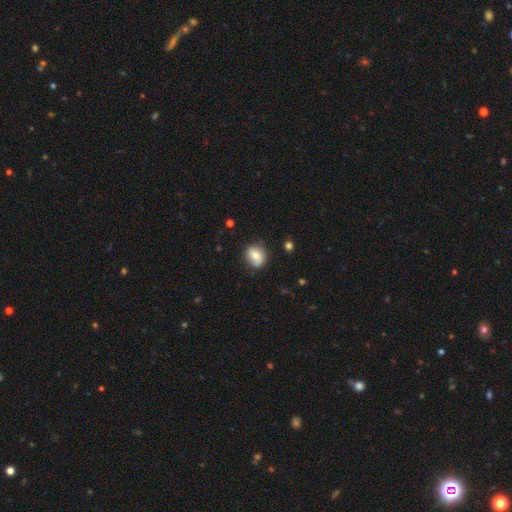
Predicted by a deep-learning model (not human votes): smooth_or_featured: smooth (p=0.69) [alt: featured or disk p=0.22]
how_rounded: round (p=0.64) [alt: in between p=0.35]
merging: none (p=0.73) [alt: minor disturbance p=0.20]